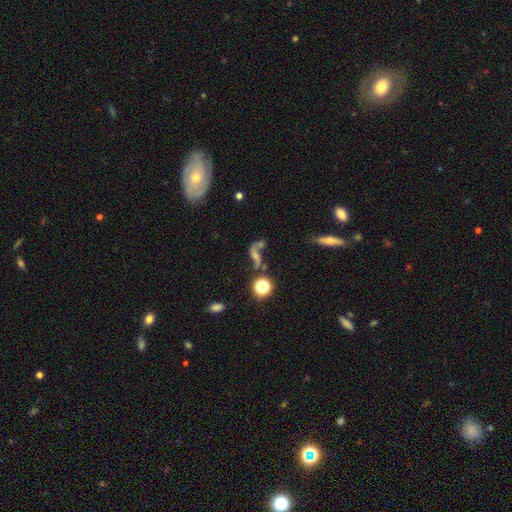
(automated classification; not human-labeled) Smooth or featured?
  - featured or disk: 49% *
  - smooth: 27%
  - star or artifact: 25%
Merging?
  - none: 48% *
  - merger: 20%
  - major disturbance: 17%
  - minor disturbance: 15%